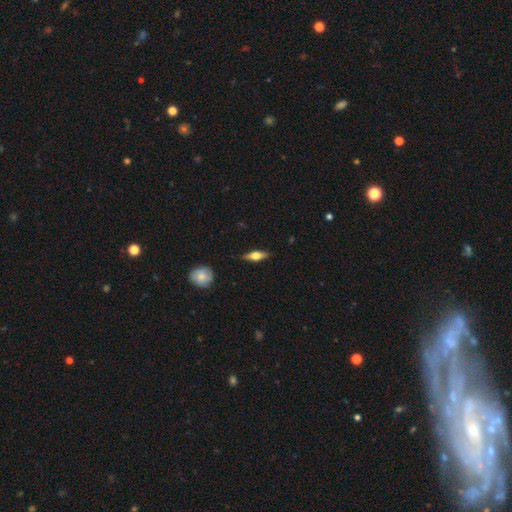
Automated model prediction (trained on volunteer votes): smooth-or-featured: featured or disk: 47% | smooth: 46% | star or artifact: 6%
  merging: none: 86% | minor disturbance: 10% | major disturbance: 2% | merger: 1%